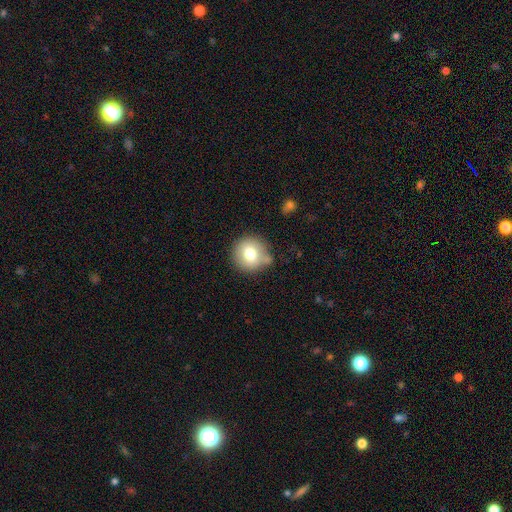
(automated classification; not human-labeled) Morphology: type=smooth (71%); roundness=round (94%); merging=none (83%).